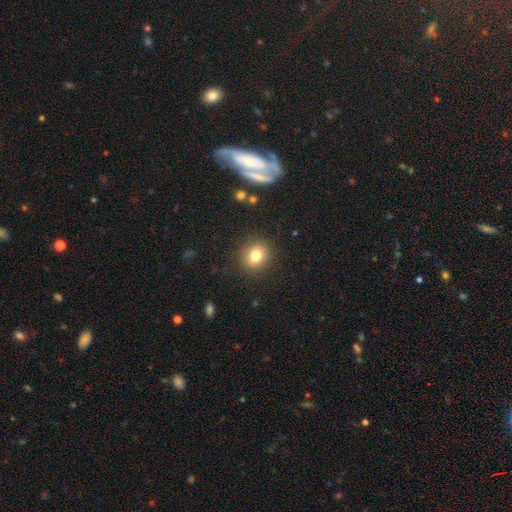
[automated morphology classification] smooth 80%, star or artifact 12%, featured or disk 8%. Down the decision tree: how rounded — round (76%); merging — none (88%).